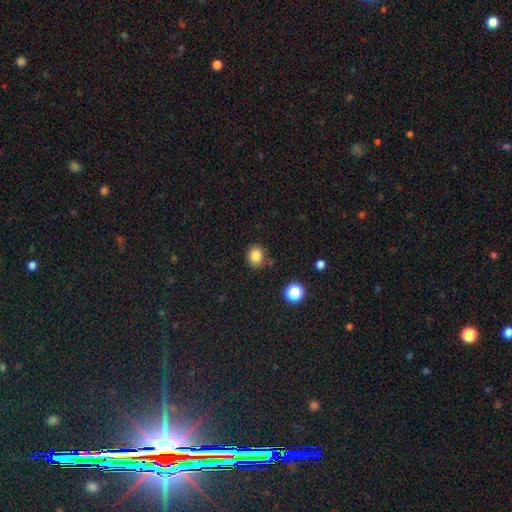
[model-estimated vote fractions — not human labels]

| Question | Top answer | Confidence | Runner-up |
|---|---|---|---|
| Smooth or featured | smooth | 84% | star or artifact (12%) |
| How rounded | round | 74% | in between (25%) |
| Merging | none | 81% | minor disturbance (12%) |